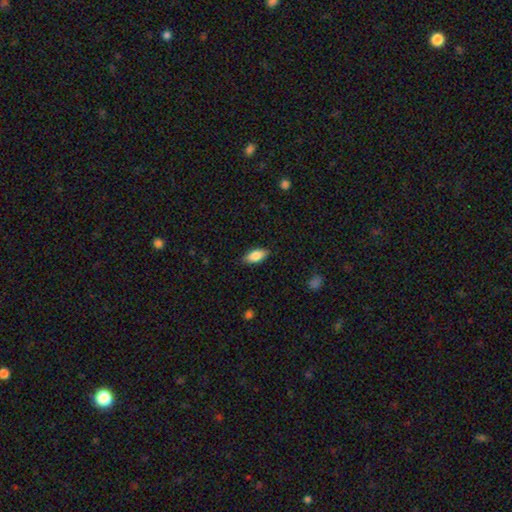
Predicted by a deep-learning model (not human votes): A smooth galaxy with no disk features (82%) that is in between round and cigar-shaped (87%). Merging: none (86%).